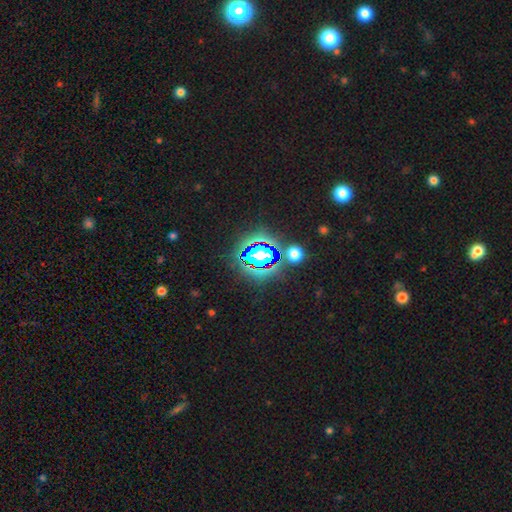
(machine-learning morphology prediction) smooth_or_featured: star or artifact (p=0.76) [alt: smooth p=0.15]